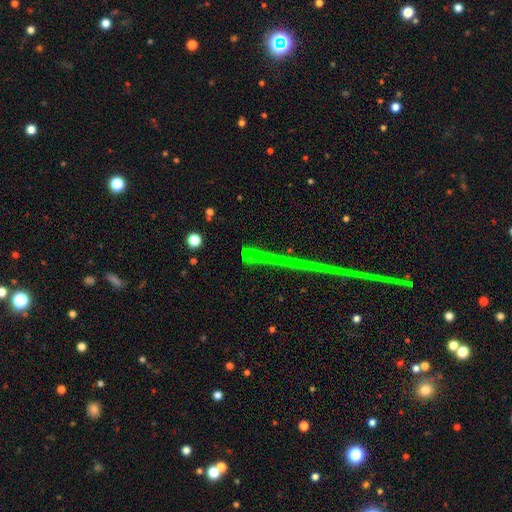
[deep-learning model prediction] This appears to be a star or artifact, not a galaxy (50%).